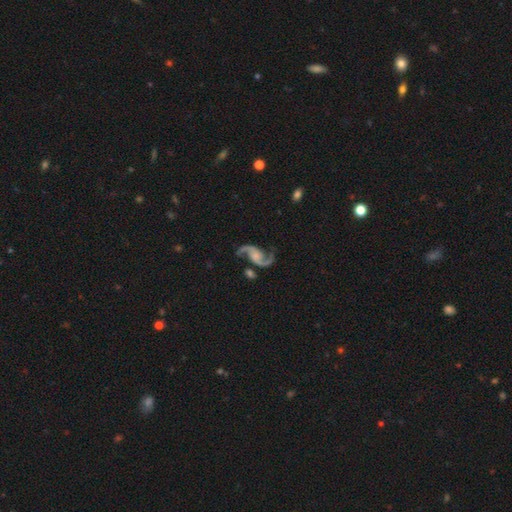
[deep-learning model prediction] featured or disk 92%, star or artifact 4%, smooth 4%. Down the decision tree: edge-on disk — no (98%); bar — no (60%); spiral arms — yes (98%); spiral arm count — 2 (94%); spiral winding — loose (66%); bulge size — none (39%); merging — none (73%).